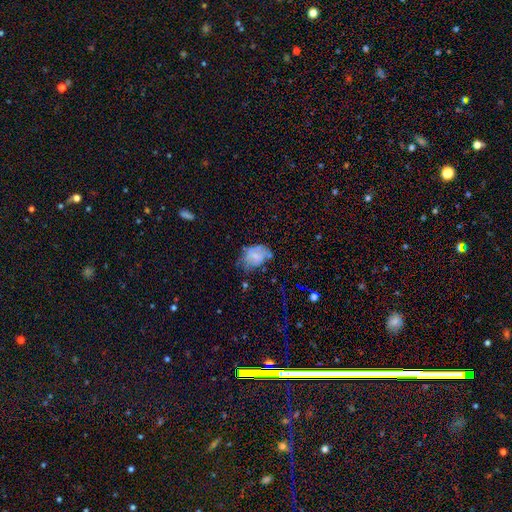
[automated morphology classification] Overall: smooth (56%; featured or disk 31%). How rounded: in between (72%). Merging: none (44%; minor disturbance 34%).